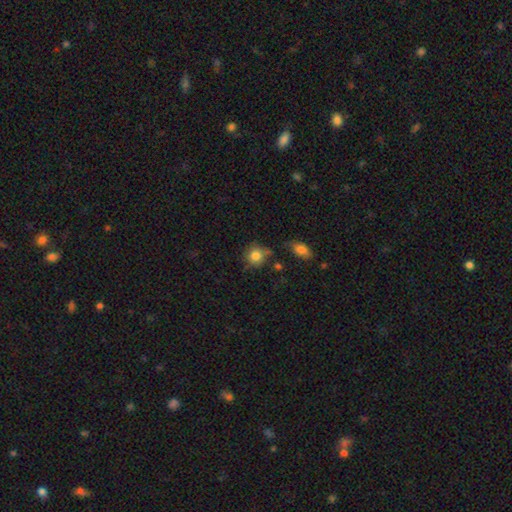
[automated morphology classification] smooth_or_featured: smooth (p=0.83) [alt: star or artifact p=0.09]
how_rounded: round (p=0.85) [alt: in between p=0.14]
merging: none (p=0.66) [alt: minor disturbance p=0.20]